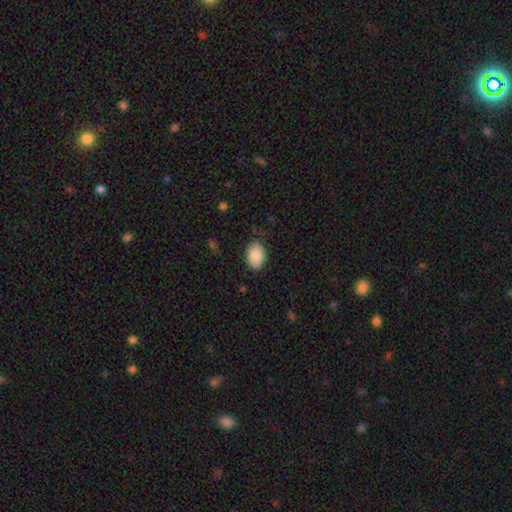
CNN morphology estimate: Smooth or featured? smooth (89%)
How rounded? in between (84%)
Merging? none (82%)